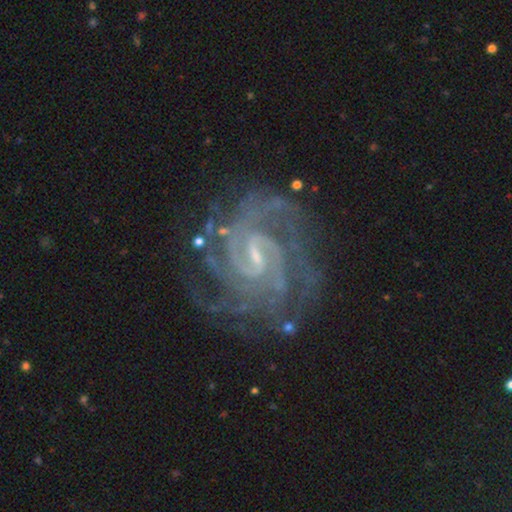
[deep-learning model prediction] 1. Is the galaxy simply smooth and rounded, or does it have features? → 92% featured or disk, 6% star or artifact, 3% smooth.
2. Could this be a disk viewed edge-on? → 98% no, 2% yes.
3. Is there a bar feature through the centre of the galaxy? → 55% weak, 29% strong, 16% no.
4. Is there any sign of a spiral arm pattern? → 99% yes, 1% no.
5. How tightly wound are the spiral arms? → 68% tight, 28% medium, 4% loose.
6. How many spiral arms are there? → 24% 2, 21% 4, 19% 3, 16% can't tell, 12% more than 4, 8% 1.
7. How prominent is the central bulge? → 69% small, 20% moderate, 9% none, 1% large, 1% dominant.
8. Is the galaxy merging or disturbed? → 78% none, 14% minor disturbance, 6% major disturbance, 2% merger.